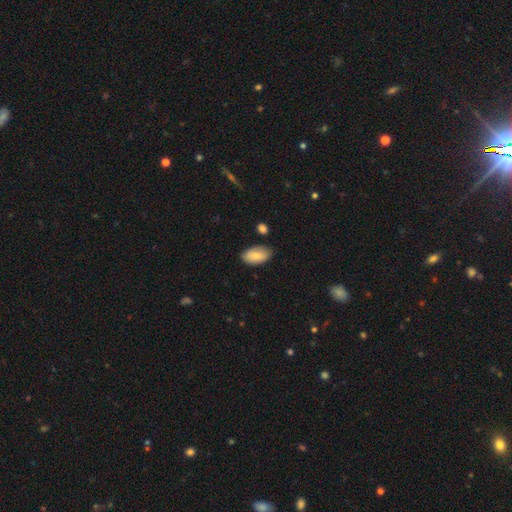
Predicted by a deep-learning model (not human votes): A smooth galaxy with no disk features (80%) that is in between round and cigar-shaped (94%). Merging: none (77%).